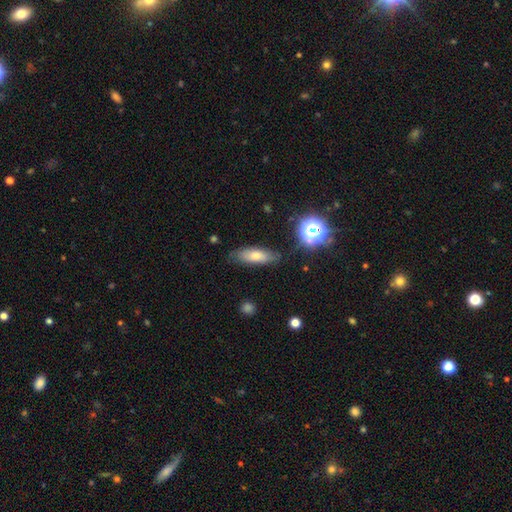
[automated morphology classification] Smooth or featured: smooth — 68% (featured or disk — 23%)
How rounded: in between — 59% (cigar-shaped — 37%)
Merging: none — 76% (minor disturbance — 18%)